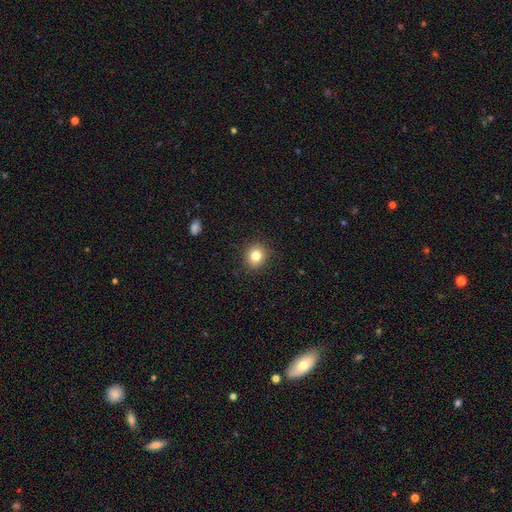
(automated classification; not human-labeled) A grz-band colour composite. It shows a smooth galaxy with no disk features (82%) that is round (83%). Merging: none (91%).